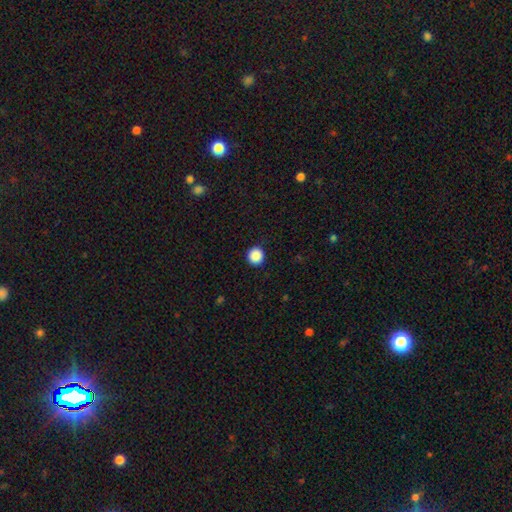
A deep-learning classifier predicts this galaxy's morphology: type=smooth (89%); roundness=round (95%); merging=none (92%).